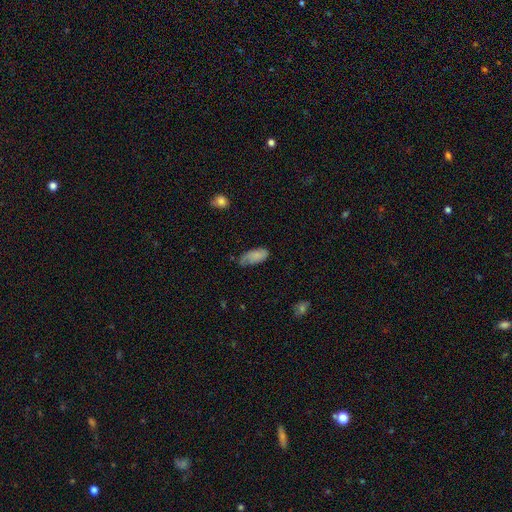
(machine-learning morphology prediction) smooth 72%, featured or disk 21%, star or artifact 8%. Down the decision tree: how rounded — in between (89%); merging — none (46%).